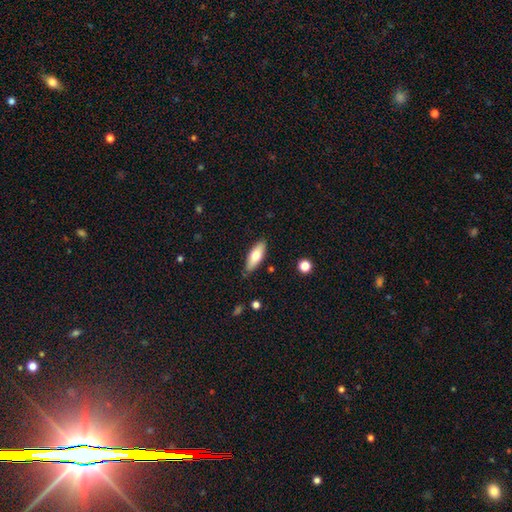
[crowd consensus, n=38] A smooth galaxy with no disk features (61%) that is in between round and cigar-shaped (61%). Merging: none (73%).